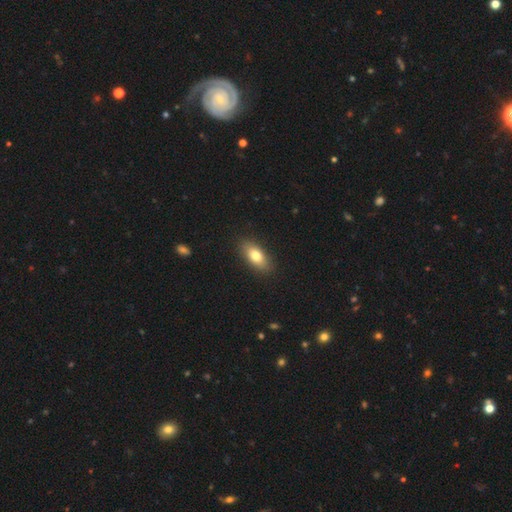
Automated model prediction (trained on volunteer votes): Smooth or featured?
  - smooth: 78% *
  - featured or disk: 15%
  - star or artifact: 7%
How rounded?
  - in between: 85% *
  - cigar-shaped: 10%
  - round: 5%
Merging?
  - none: 88% *
  - minor disturbance: 9%
  - major disturbance: 2%
  - merger: 1%